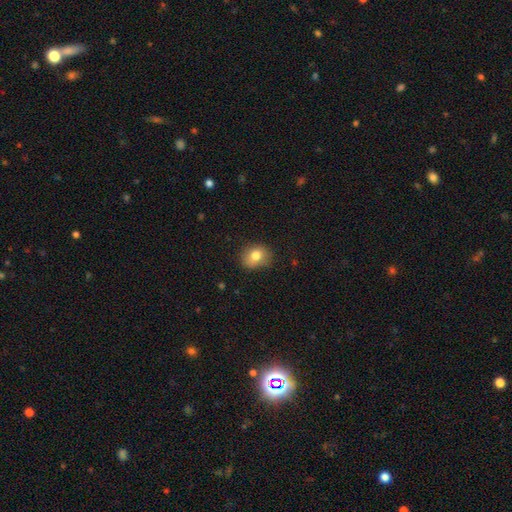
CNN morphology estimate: A smooth galaxy with no disk features (77%) that is round (57%). Merging: none (77%).